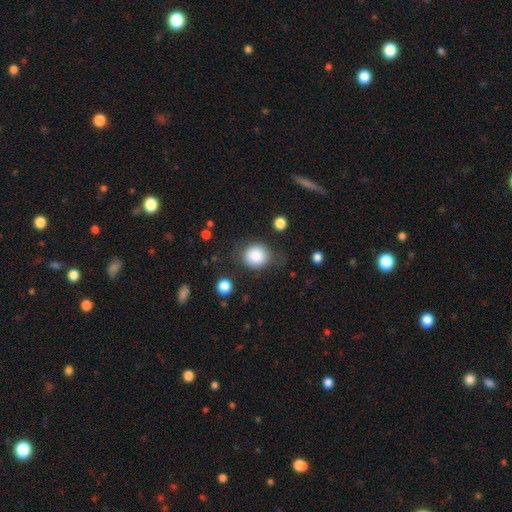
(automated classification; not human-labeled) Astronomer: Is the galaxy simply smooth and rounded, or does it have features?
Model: smooth — 85%.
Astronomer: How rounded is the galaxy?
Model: round — 81%.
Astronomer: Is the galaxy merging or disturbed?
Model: none — 72%.